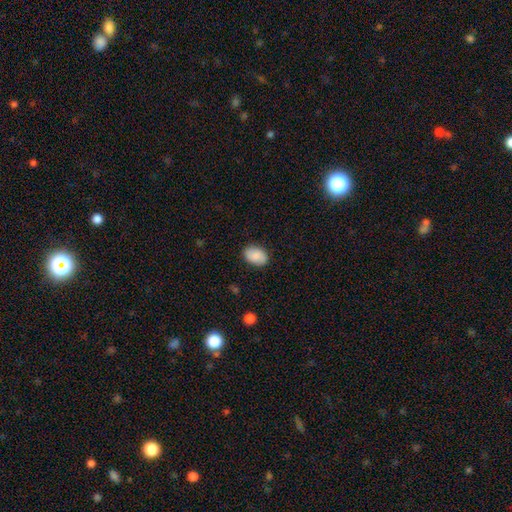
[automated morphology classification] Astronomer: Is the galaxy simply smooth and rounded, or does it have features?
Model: smooth — 84%.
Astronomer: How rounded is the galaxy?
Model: in between — 85%.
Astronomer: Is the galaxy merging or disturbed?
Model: none — 86%.